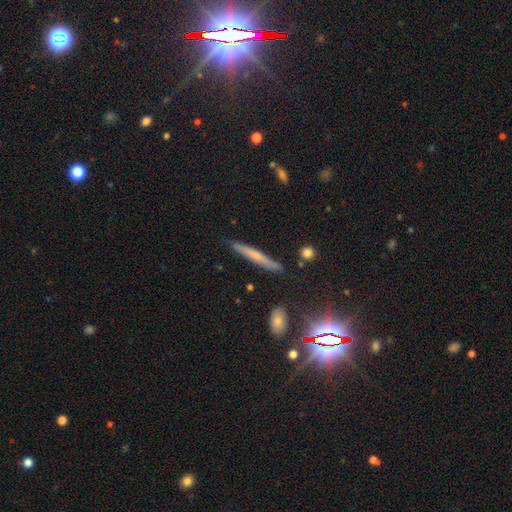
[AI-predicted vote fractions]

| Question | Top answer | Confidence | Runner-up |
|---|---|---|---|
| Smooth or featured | smooth | 48% | featured or disk (42%) |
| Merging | none | 85% | minor disturbance (11%) |